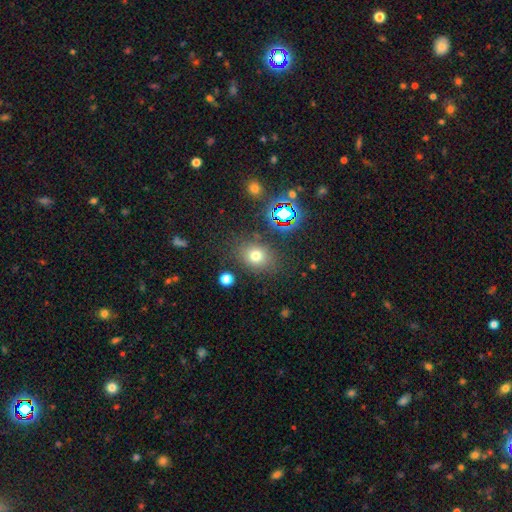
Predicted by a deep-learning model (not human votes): A smooth galaxy with no disk features (70%) that is round (53%).

Vote fractions:
- Smooth or featured? smooth: 70% / star or artifact: 20% / featured or disk: 10%
- How rounded? round: 53% / in between: 46% / cigar-shaped: 1%
- Merging? none: 79% / minor disturbance: 12% / major disturbance: 5% / merger: 4%